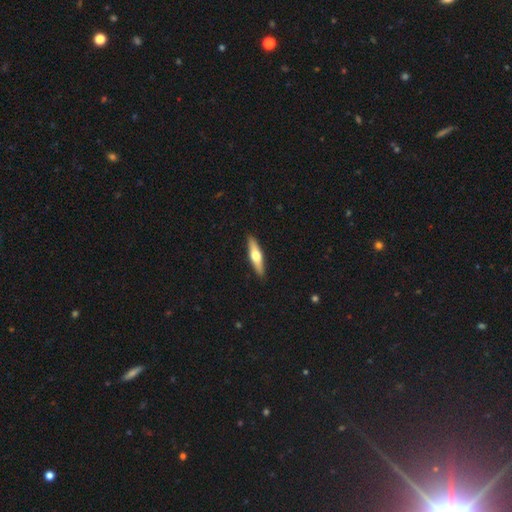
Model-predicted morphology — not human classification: smooth_or_featured: featured or disk (p=0.51) [alt: smooth p=0.44]
disk_edge_on: yes (p=0.94) [alt: no p=0.06]
merging: none (p=0.91) [alt: minor disturbance p=0.06]